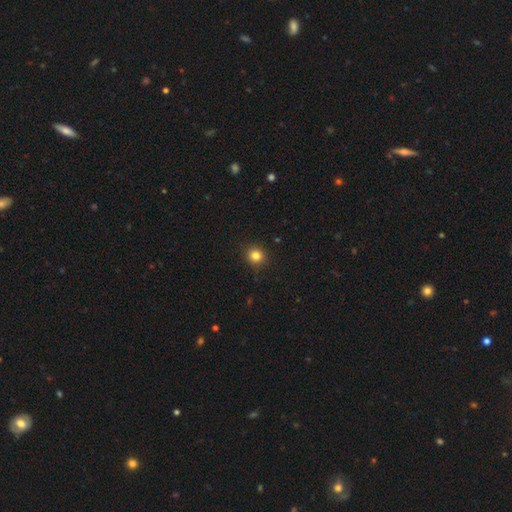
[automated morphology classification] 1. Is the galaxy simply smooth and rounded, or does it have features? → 83% smooth, 12% star or artifact, 5% featured or disk.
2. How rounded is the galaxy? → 90% round, 9% in between, 1% cigar-shaped.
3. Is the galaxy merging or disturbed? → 91% none, 6% minor disturbance, 2% major disturbance, 1% merger.